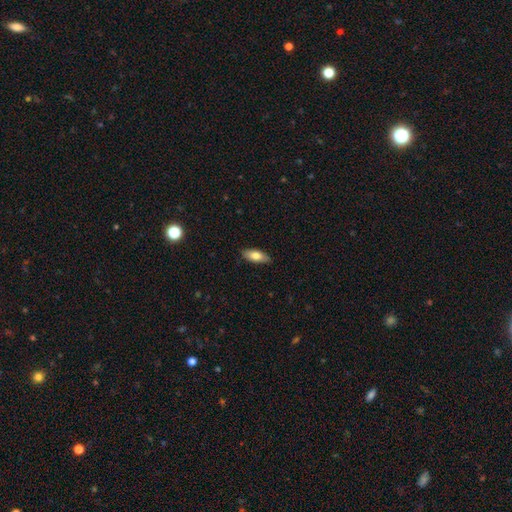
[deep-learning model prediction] A smooth galaxy with no disk features (76%) that is in between round and cigar-shaped (81%).

Vote fractions:
- Smooth or featured? smooth: 76% / featured or disk: 18% / star or artifact: 6%
- How rounded? in between: 81% / cigar-shaped: 17% / round: 2%
- Merging? none: 87% / minor disturbance: 10% / major disturbance: 2% / merger: 1%